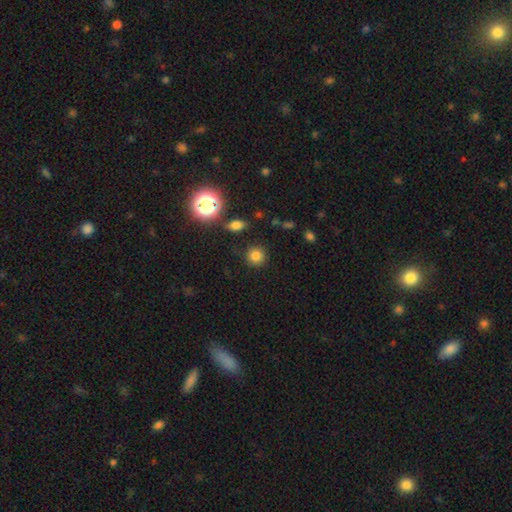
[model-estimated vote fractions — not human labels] Overall: smooth (80%). How rounded: round (90%). Merging: none (87%).